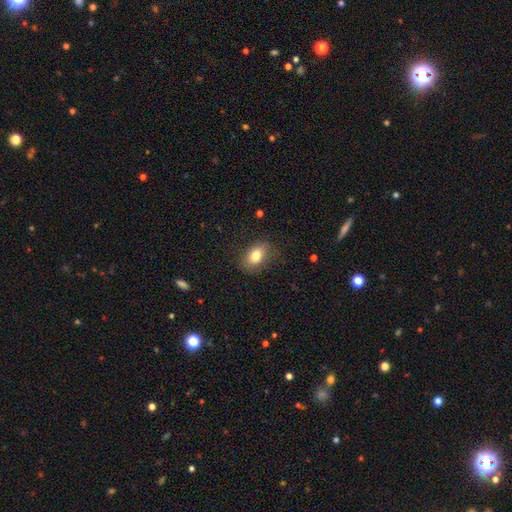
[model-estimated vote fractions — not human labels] A smooth galaxy with no disk features (79%) that is in between round and cigar-shaped (80%).

Vote fractions:
- Smooth or featured? smooth: 79% / featured or disk: 13% / star or artifact: 9%
- How rounded? in between: 80% / round: 19% / cigar-shaped: 1%
- Merging? none: 80% / minor disturbance: 15% / major disturbance: 4% / merger: 1%